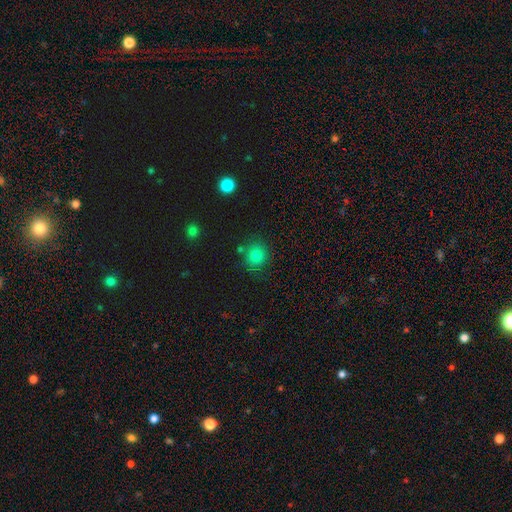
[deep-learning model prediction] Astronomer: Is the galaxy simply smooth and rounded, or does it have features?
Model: smooth — 82%.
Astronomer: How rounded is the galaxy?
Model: round — 84%.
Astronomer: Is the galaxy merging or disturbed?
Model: none — 79%.